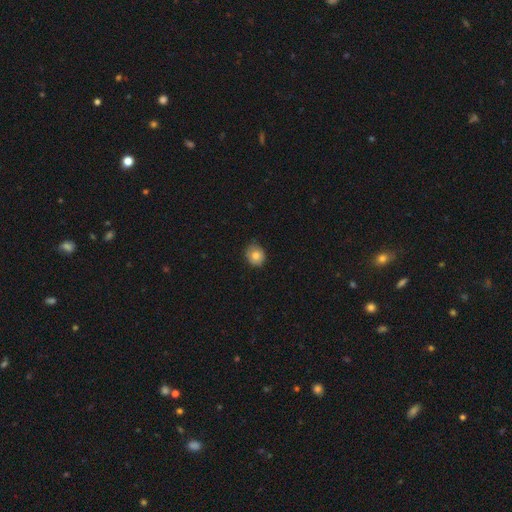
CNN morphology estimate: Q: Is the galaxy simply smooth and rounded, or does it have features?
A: smooth — 81%.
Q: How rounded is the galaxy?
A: round — 74%.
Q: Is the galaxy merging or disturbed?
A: none — 78%.